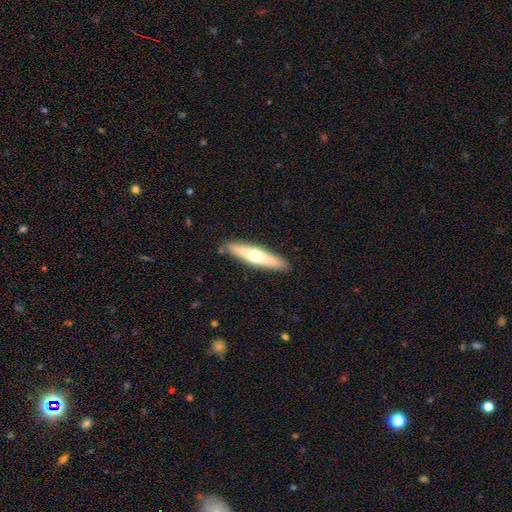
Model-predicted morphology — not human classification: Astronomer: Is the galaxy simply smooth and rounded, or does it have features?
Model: smooth — 51% (runner-up: featured or disk, 44%).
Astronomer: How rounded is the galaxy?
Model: cigar-shaped — 86%.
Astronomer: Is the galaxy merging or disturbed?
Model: none — 88%.